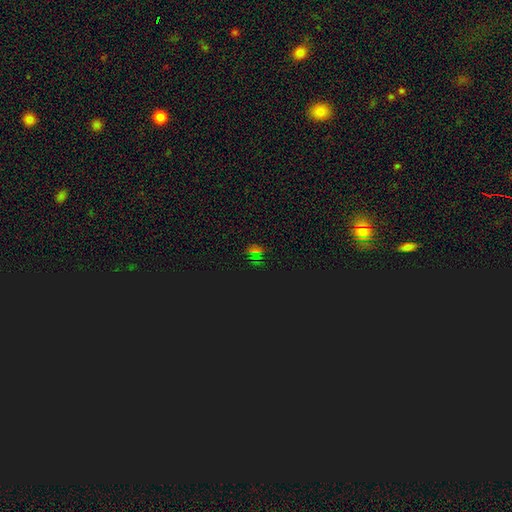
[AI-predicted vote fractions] Smooth or featured? star or artifact (69%)